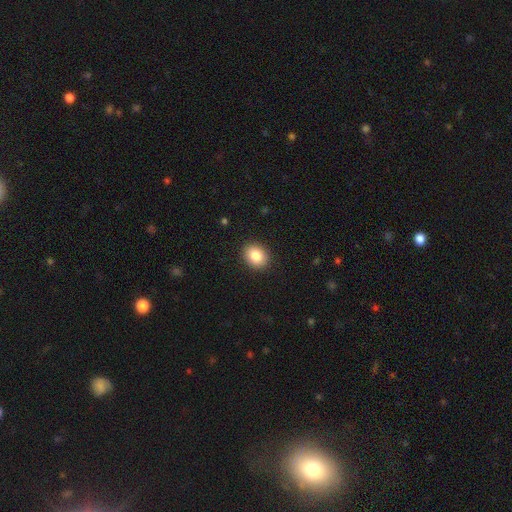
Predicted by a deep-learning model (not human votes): smooth 86%, star or artifact 8%, featured or disk 6%. Down the decision tree: how rounded — in between (50%); merging — none (90%).